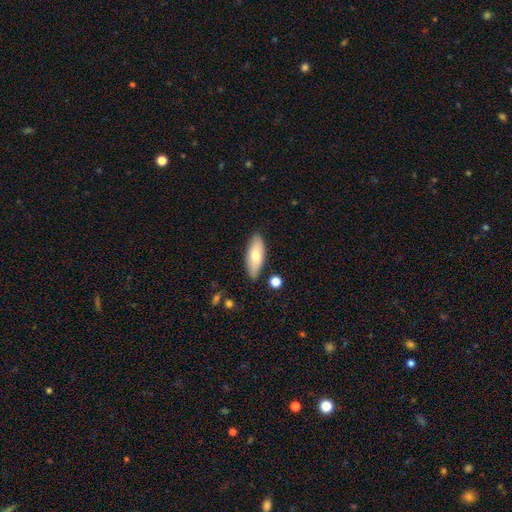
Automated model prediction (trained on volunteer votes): smooth-or-featured: smooth: 71% | featured or disk: 23% | star or artifact: 6%
  how-rounded: in between: 76% | cigar-shaped: 22% | round: 2%
  merging: none: 82% | minor disturbance: 13% | merger: 3% | major disturbance: 2%